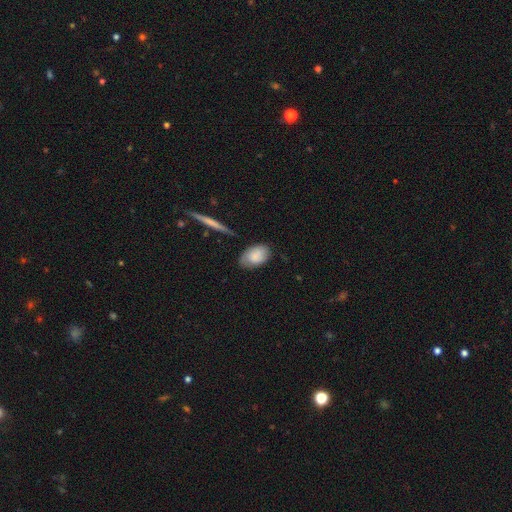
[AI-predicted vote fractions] This appears to be a smooth galaxy with no disk features (76%) that is in between round and cigar-shaped (90%). Merging: none (71%).